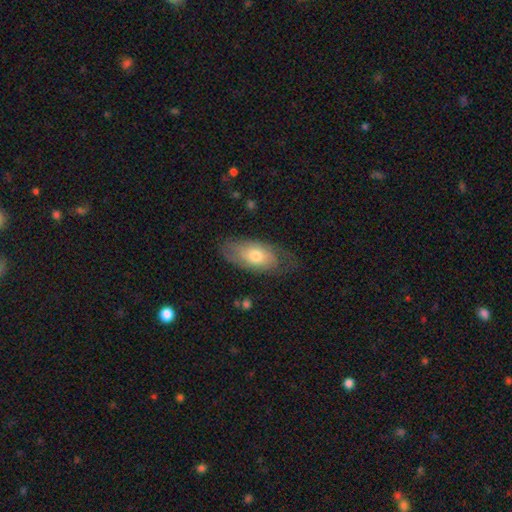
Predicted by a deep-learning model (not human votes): smooth-or-featured: smooth: 58% | featured or disk: 36% | star or artifact: 6%
  how-rounded: in between: 90% | cigar-shaped: 6% | round: 4%
  merging: none: 62% | minor disturbance: 25% | major disturbance: 11% | merger: 1%